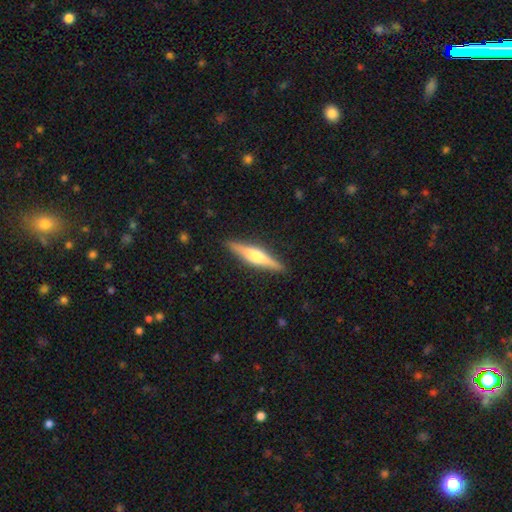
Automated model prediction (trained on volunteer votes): smooth_or_featured: featured or disk (p=0.64) [alt: smooth p=0.30]
disk_edge_on: yes (p=0.96) [alt: no p=0.04]
edge_on_bulge: rounded (p=0.86) [alt: boxy p=0.09]
merging: none (p=0.89) [alt: minor disturbance p=0.08]